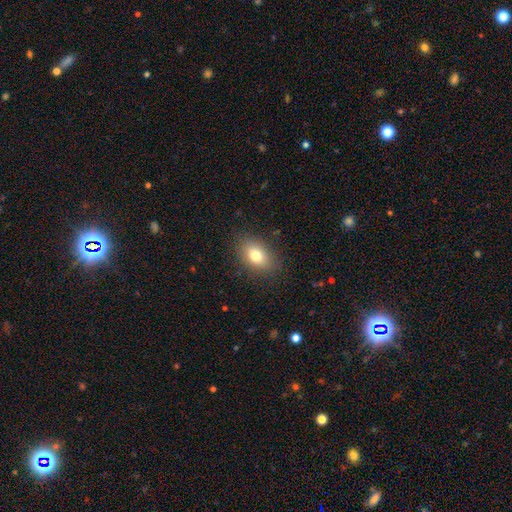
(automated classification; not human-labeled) Smooth or featured? smooth (78%)
How rounded? in between (82%)
Merging? none (86%)